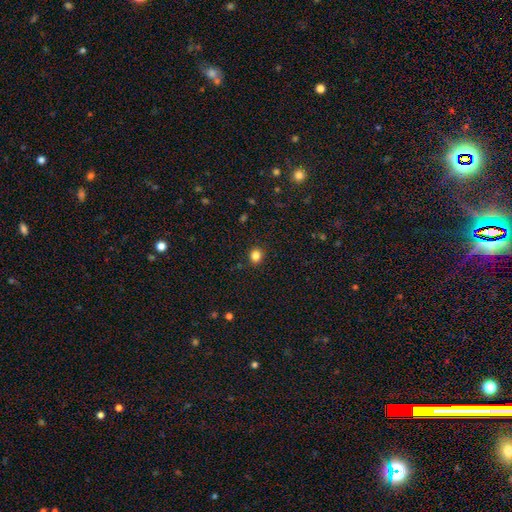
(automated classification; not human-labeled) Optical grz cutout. It shows a smooth galaxy with no disk features (83%) that is round (83%). Merging: none (91%).